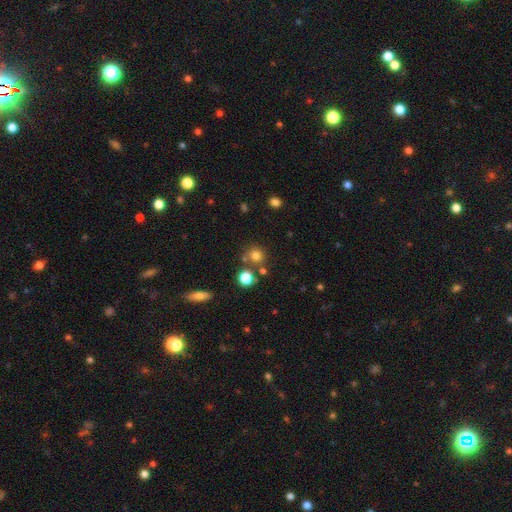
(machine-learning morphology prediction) This appears to be a smooth galaxy with no disk features (76%) that is round (89%). Merging: none (71%).